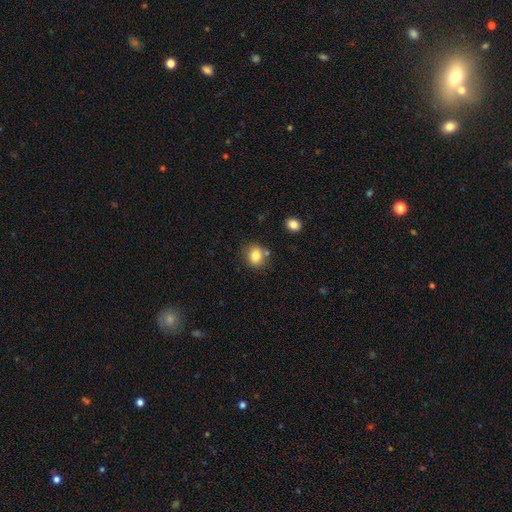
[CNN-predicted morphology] This appears to be a smooth galaxy with no disk features (82%) that is round (64%). Merging: none (74%).